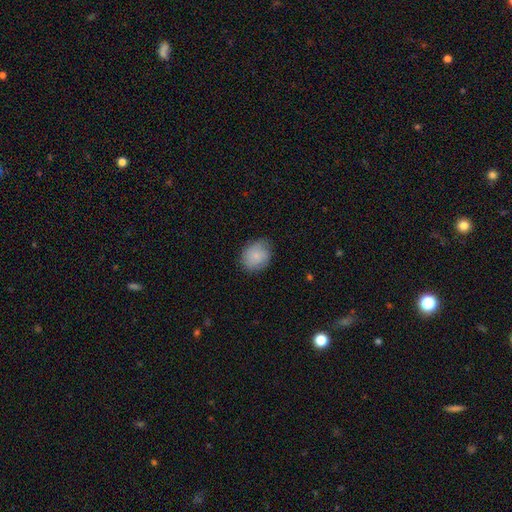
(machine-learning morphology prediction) Smooth or featured? smooth (83%)
How rounded? round (58%)
Merging? none (72%)